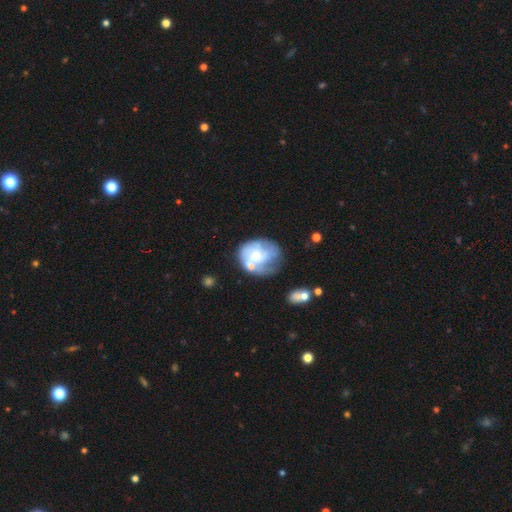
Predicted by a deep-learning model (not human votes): A featured or disk galaxy (62%) with no bar (77%), spiral arms (66%) and a small central bulge (54%).

Vote fractions:
- Smooth or featured? featured or disk: 62% / smooth: 31% / star or artifact: 7%
- Edge-on disk? no: 98% / yes: 2%
- Bar? no: 77% / weak: 20% / strong: 3%
- Spiral arms? yes: 66% / no: 34%
- Bulge size? small: 54% / moderate: 36% / none: 5% / large: 4% / dominant: 1%
- Merging? none: 40% / minor disturbance: 24% / major disturbance: 21% / merger: 15%